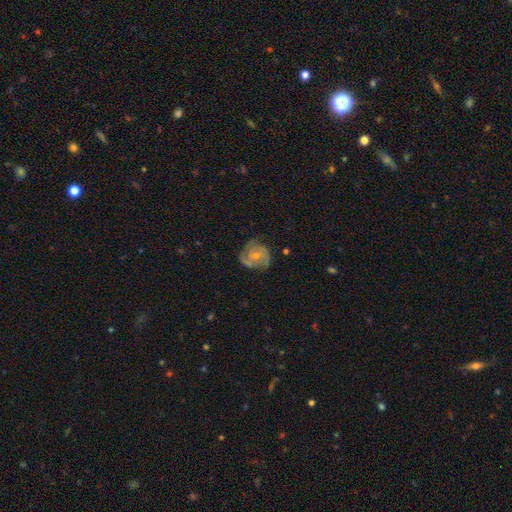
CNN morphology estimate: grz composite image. It shows a featured or disk galaxy (72%) with no bar (53%), 2 (49%) medium (43%) spiral arms (89%) and a small central bulge (57%). Merging: none (66%).